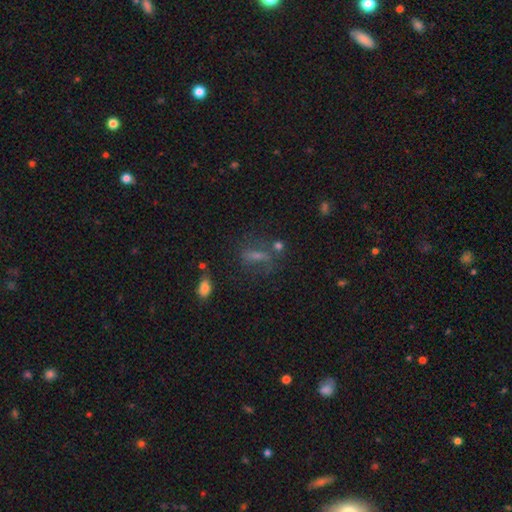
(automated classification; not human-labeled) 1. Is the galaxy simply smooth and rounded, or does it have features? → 38% smooth, 32% featured or disk, 30% star or artifact.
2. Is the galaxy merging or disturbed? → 61% none, 17% minor disturbance, 14% major disturbance, 8% merger.